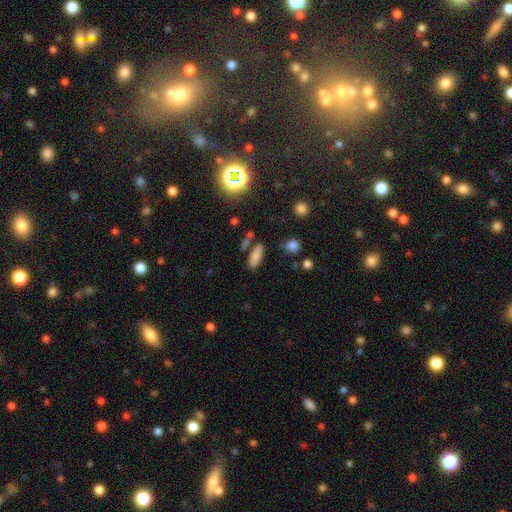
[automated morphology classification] This is likely a smooth galaxy (78%). How rounded: likely in between (70%). Merging: likely none (73%).